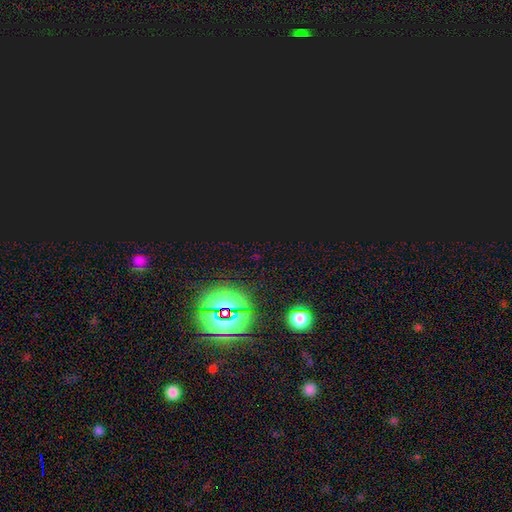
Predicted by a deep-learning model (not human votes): Smooth or featured? Predicted: star or artifact (p=0.81).